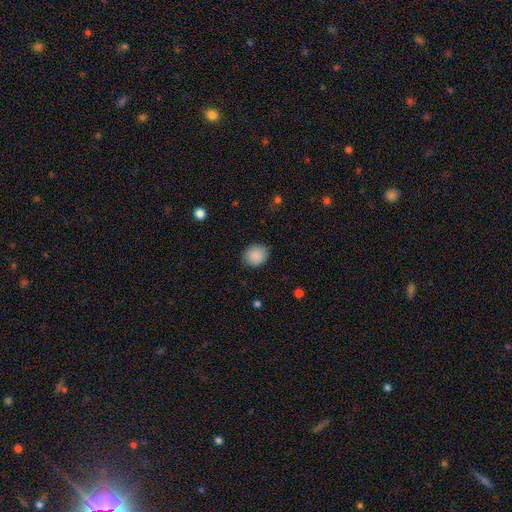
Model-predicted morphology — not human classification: This appears to be a smooth galaxy with no disk features (89%) that is round (68%). Merging: none (86%).